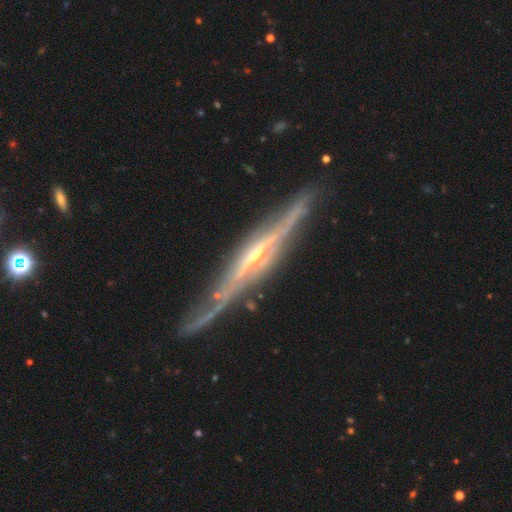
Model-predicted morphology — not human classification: Smooth or featured? Predicted: featured or disk (p=0.88). Edge-on disk? Predicted: yes (p=0.93). Edge-on bulge? Predicted: rounded (p=0.64). Merging? Predicted: none (p=0.78).